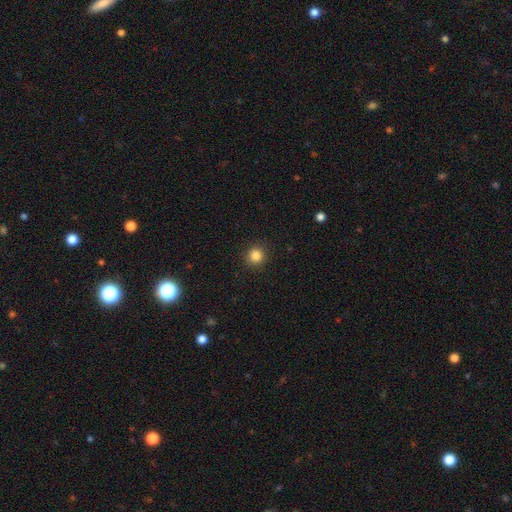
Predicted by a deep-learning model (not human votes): smooth 84%, star or artifact 12%, featured or disk 4%. Down the decision tree: how rounded — round (94%); merging — none (92%).